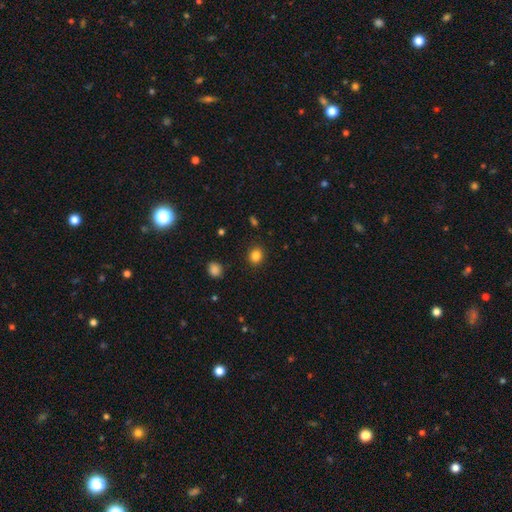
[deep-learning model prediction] Smooth or featured?
  - smooth: 84% *
  - star or artifact: 12%
  - featured or disk: 4%
How rounded?
  - round: 68% *
  - in between: 31%
  - cigar-shaped: 1%
Merging?
  - none: 89% *
  - minor disturbance: 7%
  - major disturbance: 2%
  - merger: 1%